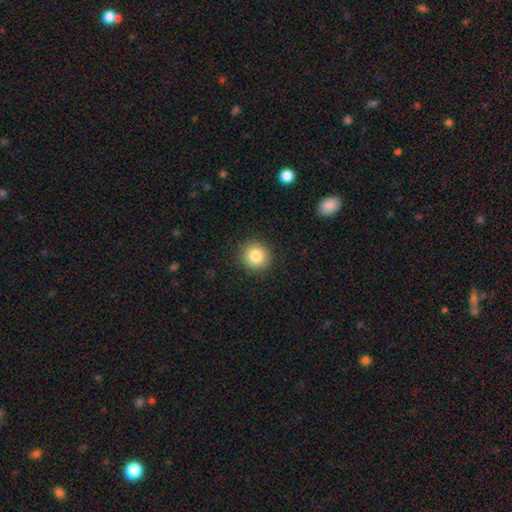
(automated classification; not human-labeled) smooth 83%, star or artifact 10%, featured or disk 7%. Down the decision tree: how rounded — round (93%); merging — none (91%).